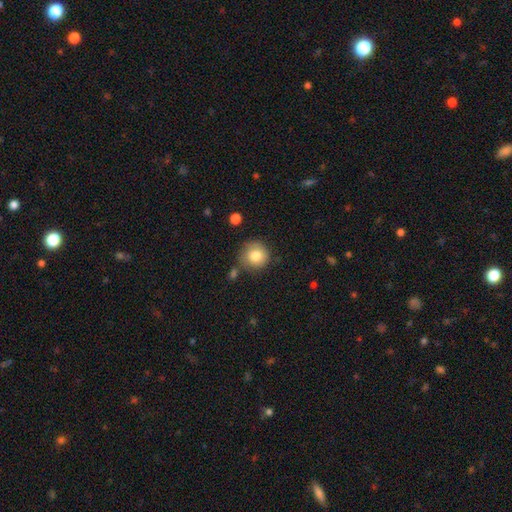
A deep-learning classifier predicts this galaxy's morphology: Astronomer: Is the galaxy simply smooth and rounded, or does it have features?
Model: smooth — 82%.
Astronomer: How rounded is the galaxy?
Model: round — 93%.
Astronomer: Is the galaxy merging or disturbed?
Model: none — 74%.